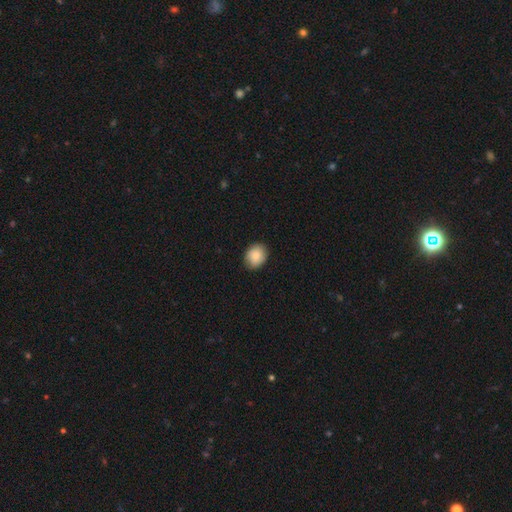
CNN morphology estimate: A smooth galaxy with no disk features (87%) that is in between round and cigar-shaped (50%).

Vote fractions:
- Smooth or featured? smooth: 87% / star or artifact: 7% / featured or disk: 6%
- How rounded? in between: 50% / round: 49% / cigar-shaped: 1%
- Merging? none: 87% / minor disturbance: 10% / major disturbance: 2% / merger: 1%